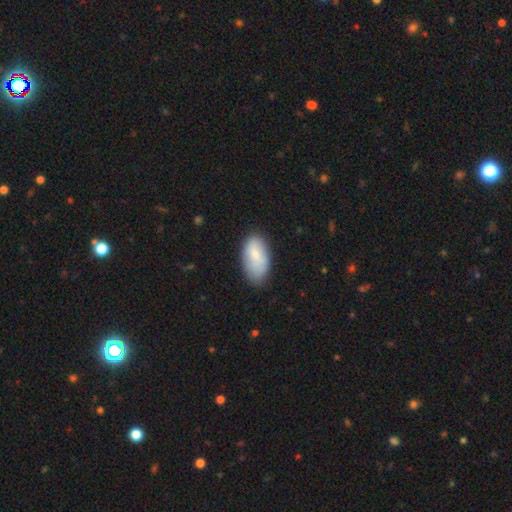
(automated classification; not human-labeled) The model was most divided on "merging": none: 69%, minor disturbance: 24%, major disturbance: 5%, merger: 2%. More confident: how rounded — in between (95%); smooth or featured — smooth (80%).